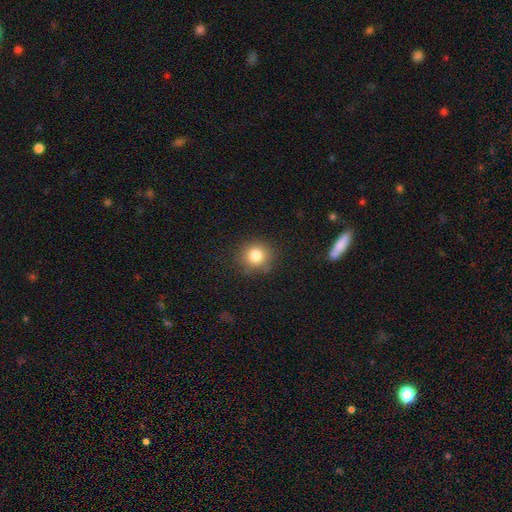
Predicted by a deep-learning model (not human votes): A smooth galaxy with no disk features (82%) that is round (88%). Merging: none (85%).